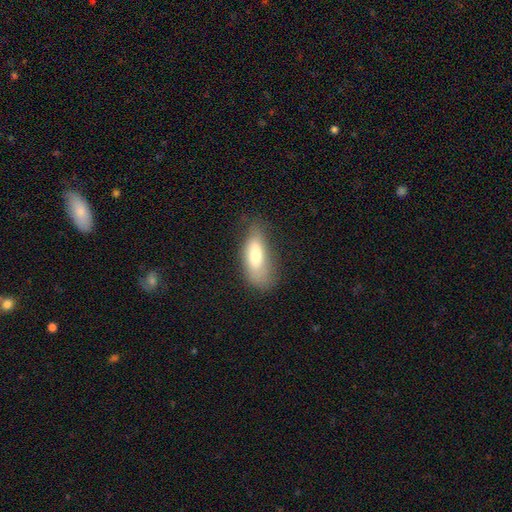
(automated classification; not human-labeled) A smooth galaxy with no disk features (68%) that is in between round and cigar-shaped (78%).

Vote fractions:
- Smooth or featured? smooth: 68% / featured or disk: 24% / star or artifact: 8%
- How rounded? in between: 78% / cigar-shaped: 19% / round: 3%
- Merging? none: 57% / minor disturbance: 30% / major disturbance: 12% / merger: 2%